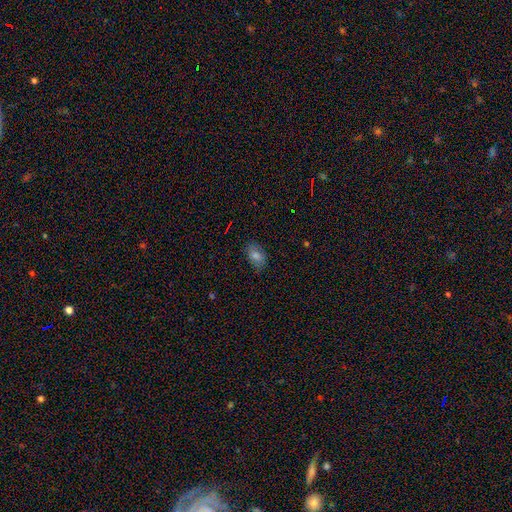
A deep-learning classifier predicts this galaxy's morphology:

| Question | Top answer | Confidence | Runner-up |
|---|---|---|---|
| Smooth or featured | smooth | 64% | star or artifact (19%) |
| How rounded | in between | 82% | round (15%) |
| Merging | none | 77% | minor disturbance (17%) |